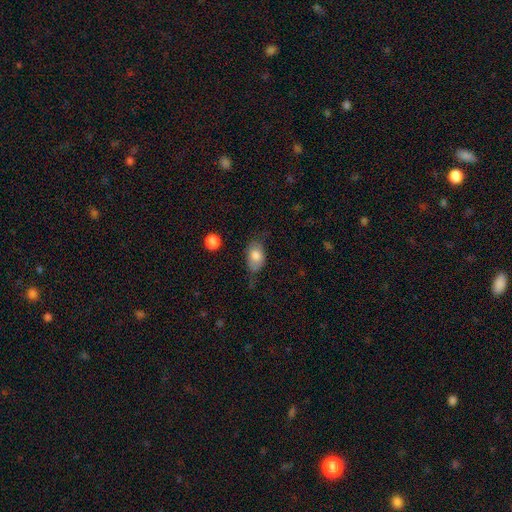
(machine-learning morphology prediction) A smooth galaxy with no disk features (77%) that is in between round and cigar-shaped (86%).

Vote fractions:
- Smooth or featured? smooth: 77% / featured or disk: 16% / star or artifact: 7%
- How rounded? in between: 86% / round: 12% / cigar-shaped: 2%
- Merging? none: 55% / minor disturbance: 31% / major disturbance: 12% / merger: 3%